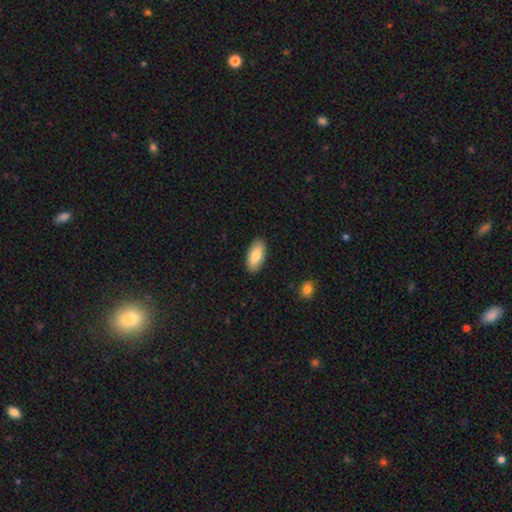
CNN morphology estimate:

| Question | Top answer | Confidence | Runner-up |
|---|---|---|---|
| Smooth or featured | smooth | 82% | featured or disk (12%) |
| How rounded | in between | 92% | cigar-shaped (6%) |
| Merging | none | 89% | minor disturbance (8%) |